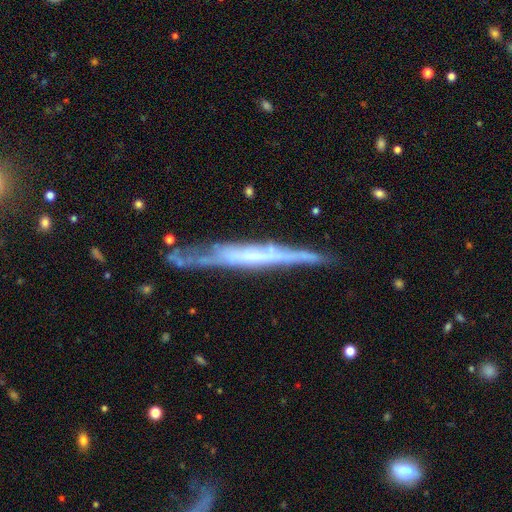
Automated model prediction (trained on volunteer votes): The model was most divided on "edge-on bulge": none: 63%, boxy: 19%, rounded: 18%. More confident: edge-on disk — yes (90%); smooth or featured — featured or disk (73%); merging — none (69%).